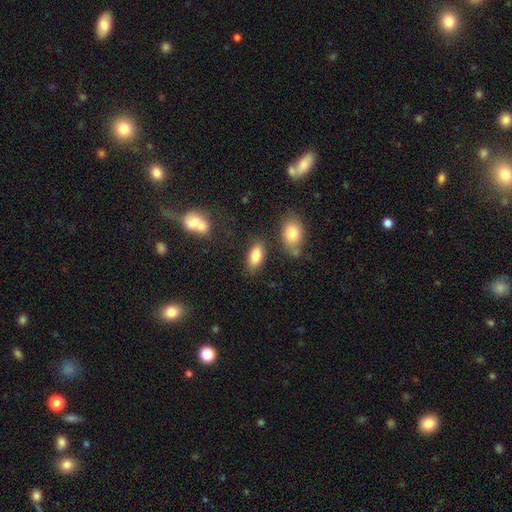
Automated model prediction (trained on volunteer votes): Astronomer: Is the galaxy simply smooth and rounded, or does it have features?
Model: smooth — 84%.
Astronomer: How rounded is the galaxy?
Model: in between — 90%.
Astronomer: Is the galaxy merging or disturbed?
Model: none — 76%.